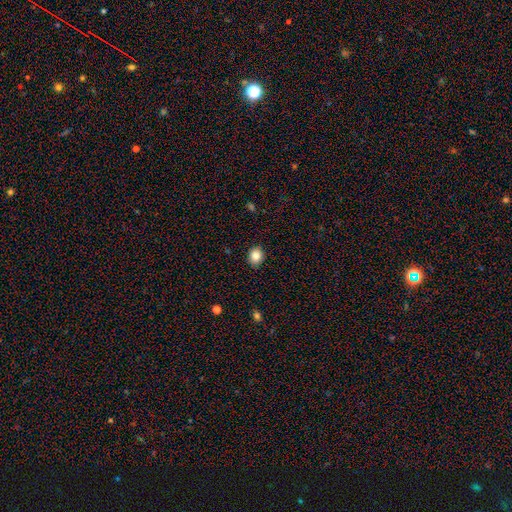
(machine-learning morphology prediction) Smooth or featured?
  - smooth: 84% *
  - star or artifact: 10%
  - featured or disk: 6%
How rounded?
  - round: 66% *
  - in between: 33%
  - cigar-shaped: 1%
Merging?
  - none: 89% *
  - minor disturbance: 9%
  - major disturbance: 2%
  - merger: 1%